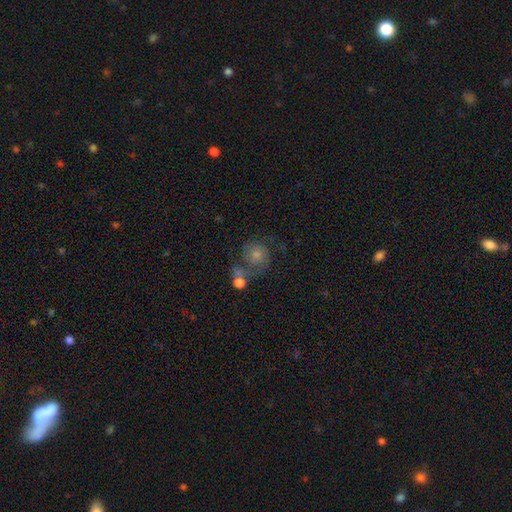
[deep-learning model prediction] Overall: featured or disk (57%; smooth 29%). Edge-on disk: no (97%). Bar: no (80%). Spiral arms: yes (84%). Bulge size: moderate (50%; small 36%). Merging: none (55%; merger 18%).